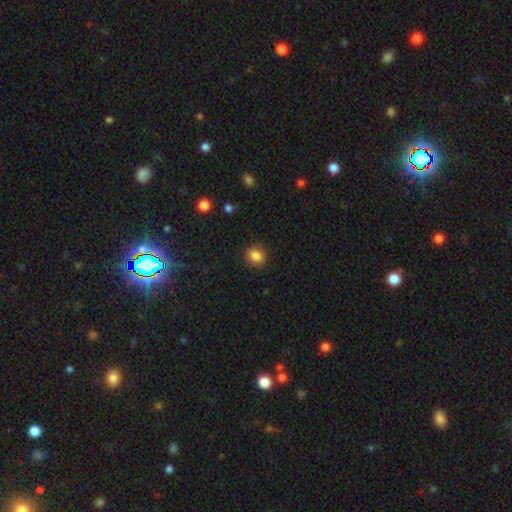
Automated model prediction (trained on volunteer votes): A smooth galaxy with no disk features (84%) that is round (80%).

Vote fractions:
- Smooth or featured? smooth: 84% / star or artifact: 11% / featured or disk: 5%
- How rounded? round: 80% / in between: 19% / cigar-shaped: 1%
- Merging? none: 88% / minor disturbance: 9% / major disturbance: 2% / merger: 1%